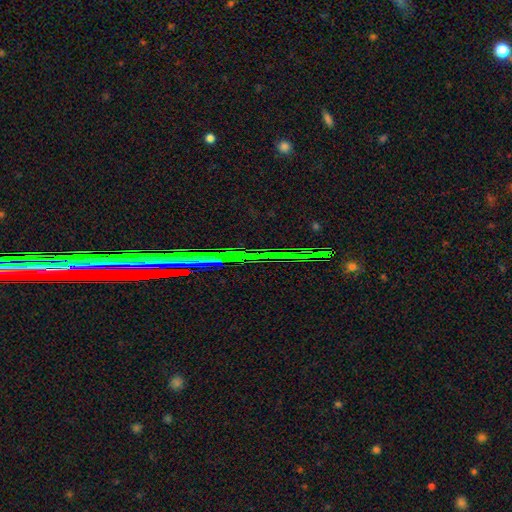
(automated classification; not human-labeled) Morphology: type=star or artifact (80%).